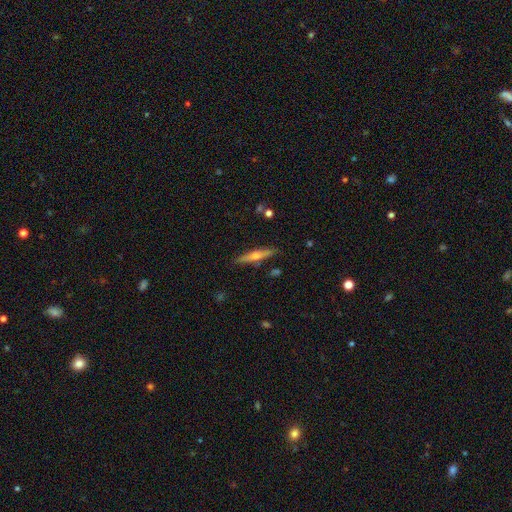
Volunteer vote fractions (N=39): A smooth galaxy with no disk features (59%) that is cigar-shaped (100%).

Vote fractions:
- Smooth or featured? smooth: 59% / featured or disk: 33% / star or artifact: 8%
- How rounded? cigar-shaped: 100% / round: 0% / in between: 0%
- Merging? none: 97% / merger: 3% / minor disturbance: 0% / major disturbance: 0%